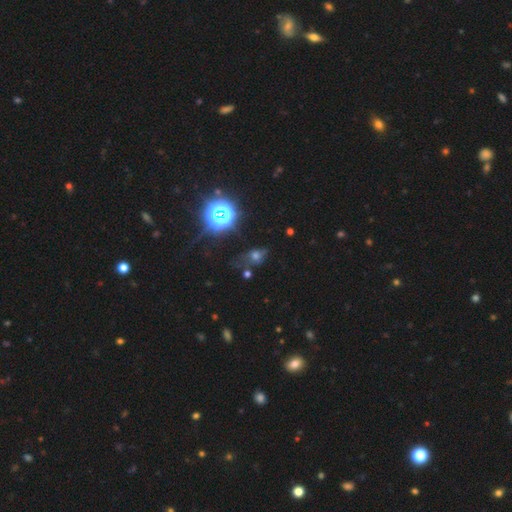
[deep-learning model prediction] Smooth or featured? star or artifact (45%)